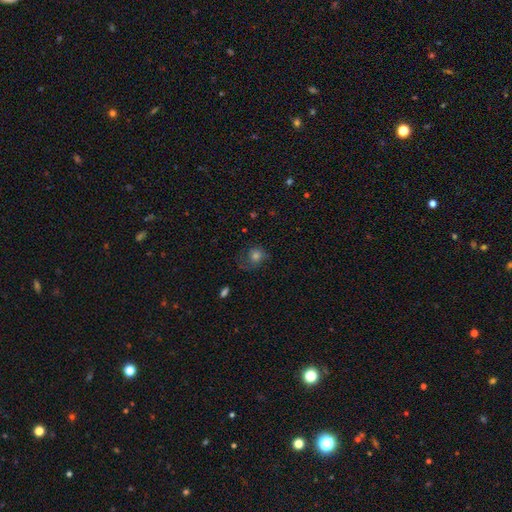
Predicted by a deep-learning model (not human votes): A smooth galaxy with no disk features (58%) that is round (74%).

Vote fractions:
- Smooth or featured? smooth: 58% / featured or disk: 25% / star or artifact: 17%
- How rounded? round: 74% / in between: 25% / cigar-shaped: 1%
- Merging? none: 53% / major disturbance: 23% / minor disturbance: 22% / merger: 2%